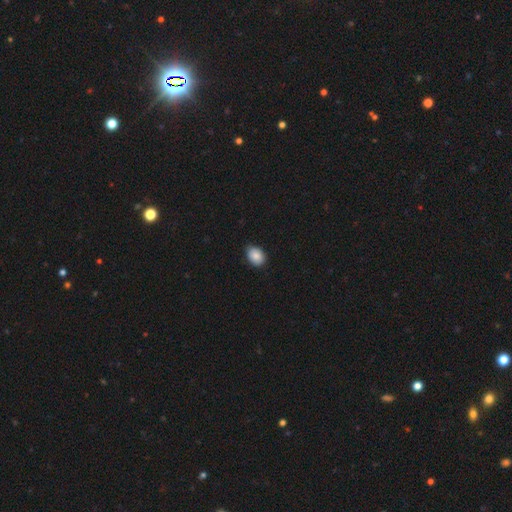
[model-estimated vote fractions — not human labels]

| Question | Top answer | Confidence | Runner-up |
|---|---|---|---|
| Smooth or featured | smooth | 86% | star or artifact (8%) |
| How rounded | in between | 65% | round (34%) |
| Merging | none | 81% | minor disturbance (16%) |